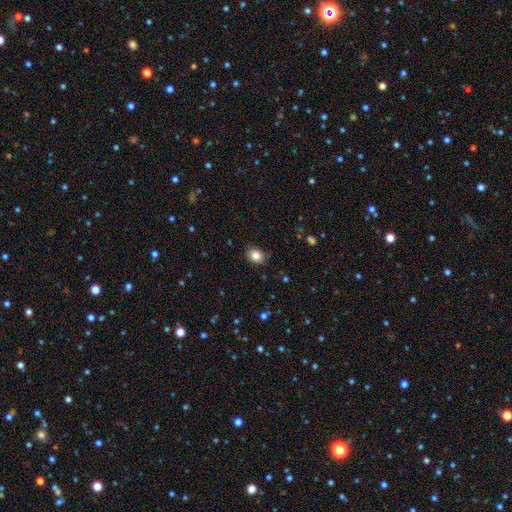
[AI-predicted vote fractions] The model was most divided on "how rounded": in between: 57%, round: 42%, cigar-shaped: 1%. More confident: smooth or featured — smooth (84%); merging — none (84%).